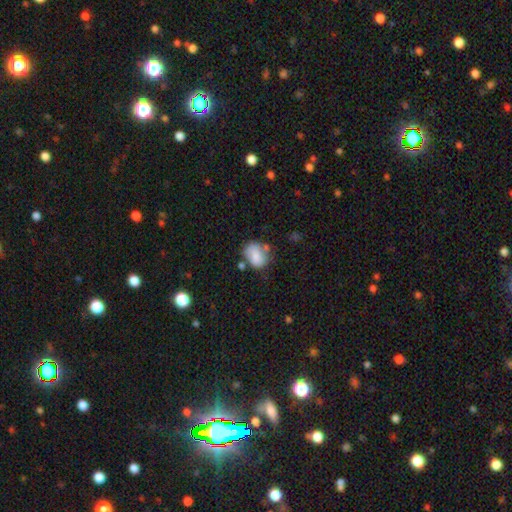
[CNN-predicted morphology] type=smooth (75%); roundness=in between (52%); merging=none (52%).